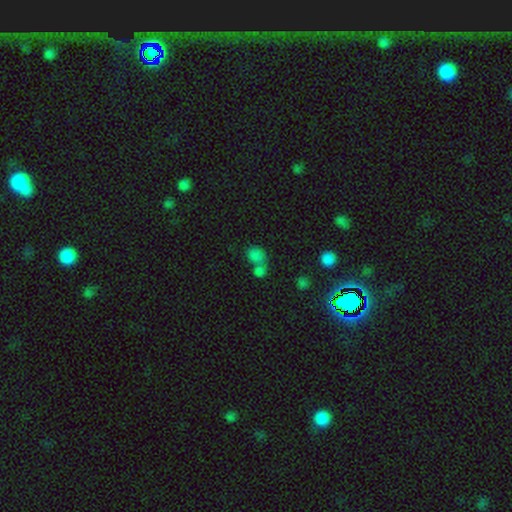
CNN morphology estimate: Smooth or featured: smooth — 75% (star or artifact — 16%)
How rounded: round — 61% (in between — 38%)
Merging: merger — 54% (none — 31%)